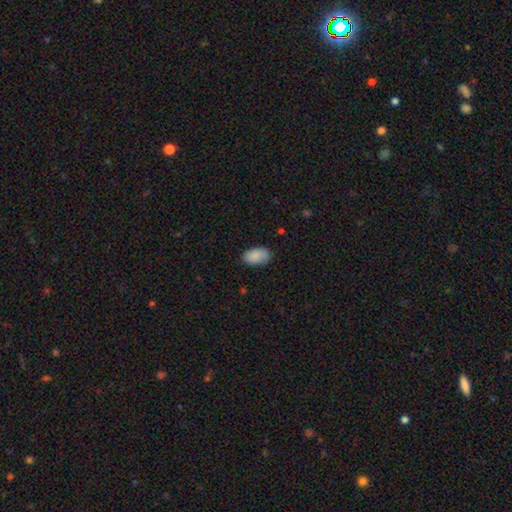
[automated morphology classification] This is clearly a smooth galaxy (89%). How rounded: clearly in between (94%). Merging: clearly none (83%).